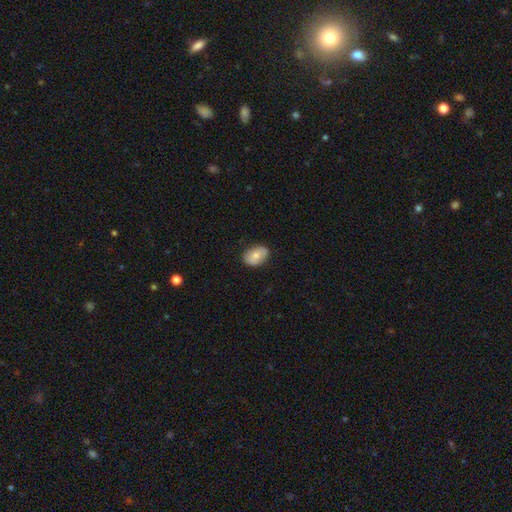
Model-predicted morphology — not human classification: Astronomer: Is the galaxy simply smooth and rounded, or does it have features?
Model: smooth — 74%.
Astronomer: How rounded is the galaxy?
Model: in between — 84%.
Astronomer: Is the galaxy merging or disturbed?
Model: none — 82%.